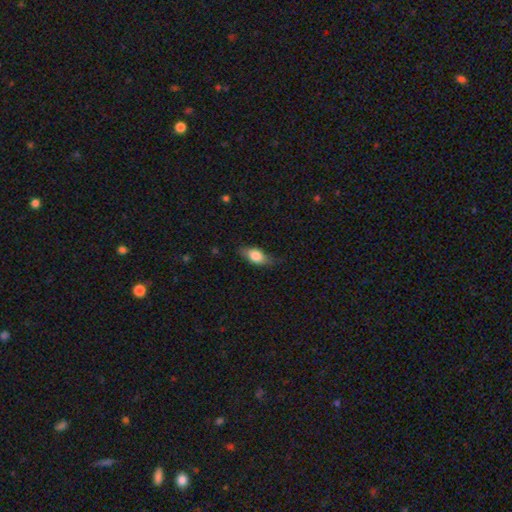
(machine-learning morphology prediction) This appears to be a smooth galaxy with no disk features (74%) that is in between round and cigar-shaped (81%). Merging: none (70%).